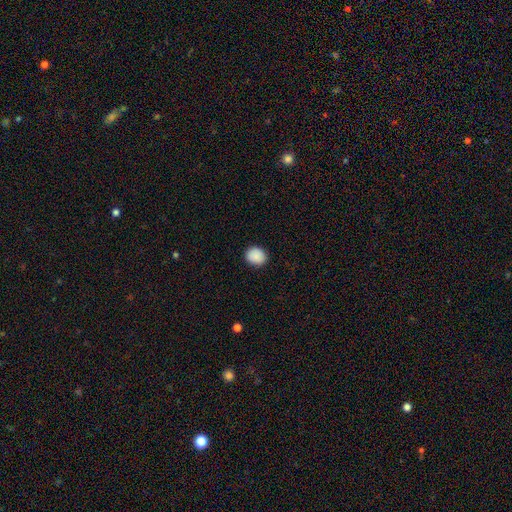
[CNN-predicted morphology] A smooth galaxy with no disk features (90%) that is round (66%). Merging: none (90%).